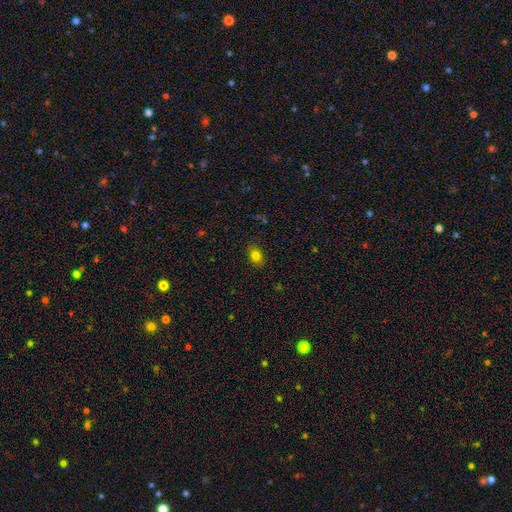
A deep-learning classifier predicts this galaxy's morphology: This is clearly a smooth galaxy (81%). How rounded: likely in between (72%). Merging: clearly none (87%).